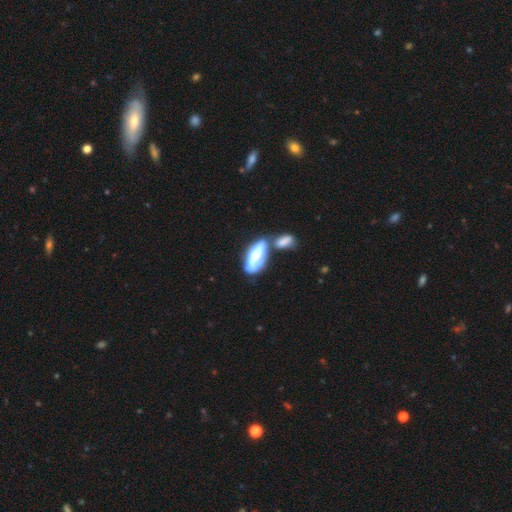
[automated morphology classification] Smooth or featured: smooth — 50% (featured or disk — 45%)
Merging: merger — 56% (none — 22%)